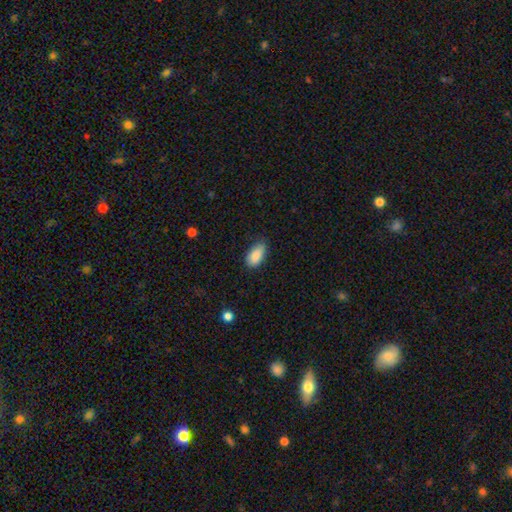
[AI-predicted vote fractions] Smooth or featured: smooth — 88% (star or artifact — 7%)
How rounded: in between — 92% (cigar-shaped — 4%)
Merging: none — 69% (minor disturbance — 26%)